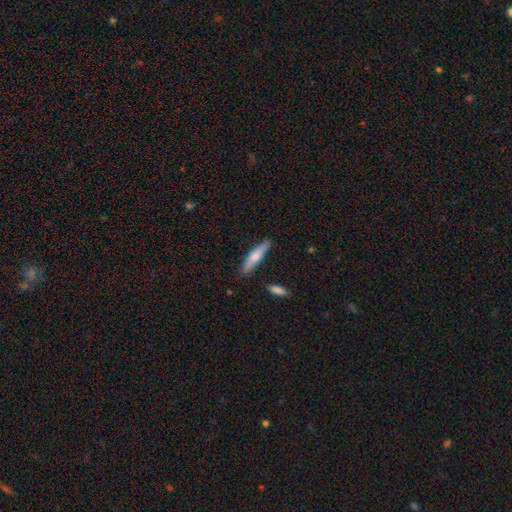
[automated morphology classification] Smooth or featured?
  - smooth: 63% *
  - featured or disk: 31%
  - star or artifact: 6%
How rounded?
  - cigar-shaped: 81% *
  - in between: 18%
  - round: 2%
Merging?
  - none: 82% *
  - minor disturbance: 13%
  - merger: 3%
  - major disturbance: 2%